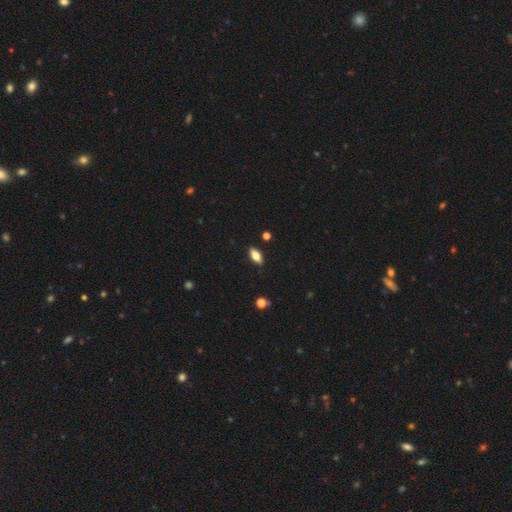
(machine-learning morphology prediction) Overall: smooth (75%). How rounded: in between (84%). Merging: none (88%).